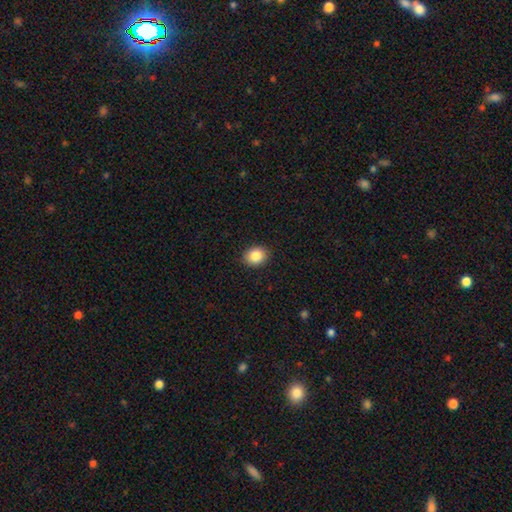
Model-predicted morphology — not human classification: Smooth or featured: smooth — 86% (star or artifact — 9%)
How rounded: round — 54% (in between — 45%)
Merging: none — 90% (minor disturbance — 8%)